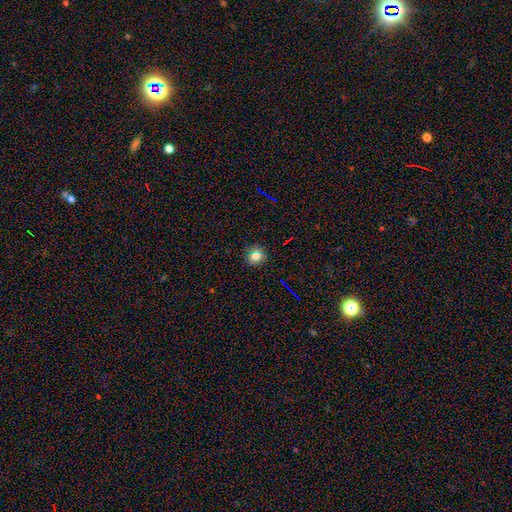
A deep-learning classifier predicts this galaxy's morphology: A smooth galaxy with no disk features (74%) that is round (85%). Merging: none (88%).